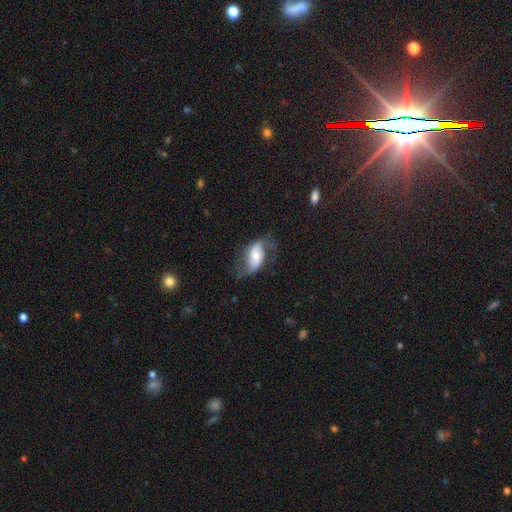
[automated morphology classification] Smooth or featured? Predicted: featured or disk (p=0.69). Edge-on disk? Predicted: no (p=0.95). Bar? Predicted: no (p=0.46). Spiral arms? Predicted: yes (p=0.89). Spiral winding? Predicted: loose (p=0.64). Spiral arm count? Predicted: 2 (p=0.88). Bulge size? Predicted: moderate (p=0.55). Merging? Predicted: none (p=0.60).